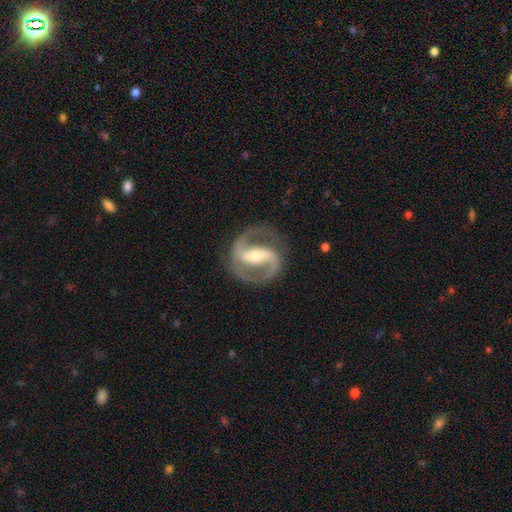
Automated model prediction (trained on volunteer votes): Smooth or featured? Predicted: featured or disk (p=0.92). Edge-on disk? Predicted: no (p=0.97). Bar? Predicted: strong (p=0.63). Spiral arms? Predicted: yes (p=0.97). Spiral winding? Predicted: medium (p=0.61). Spiral arm count? Predicted: 2 (p=0.93). Bulge size? Predicted: moderate (p=0.49). Merging? Predicted: none (p=0.84).